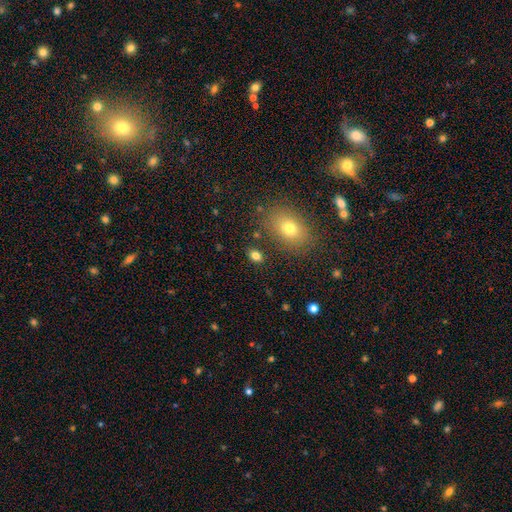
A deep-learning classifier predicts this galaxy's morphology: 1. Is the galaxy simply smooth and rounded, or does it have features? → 80% smooth, 13% star or artifact, 7% featured or disk.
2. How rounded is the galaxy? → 75% in between, 23% round, 2% cigar-shaped.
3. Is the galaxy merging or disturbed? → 82% none, 10% minor disturbance, 4% merger, 3% major disturbance.